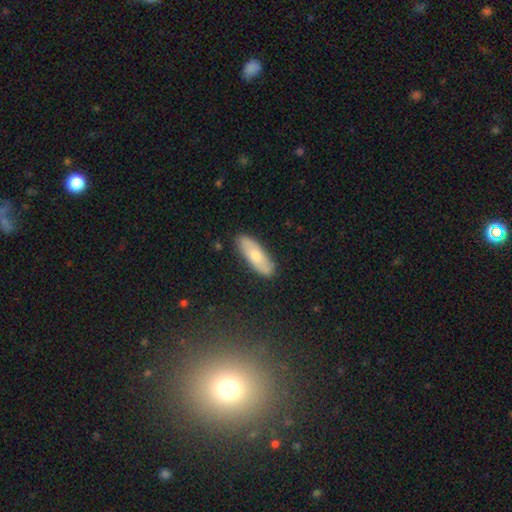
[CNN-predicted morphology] smooth-or-featured: smooth: 67% | featured or disk: 27% | star or artifact: 6%
  how-rounded: in between: 61% | cigar-shaped: 37% | round: 2%
  merging: none: 86% | minor disturbance: 10% | major disturbance: 2% | merger: 1%